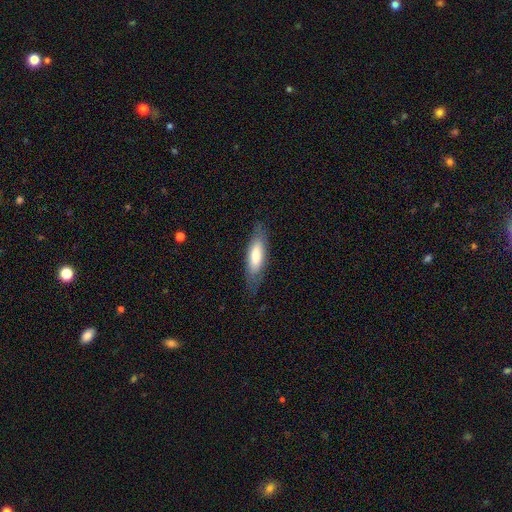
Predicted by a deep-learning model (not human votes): smooth-or-featured: smooth: 68% | featured or disk: 26% | star or artifact: 6%
  how-rounded: in between: 51% | cigar-shaped: 47% | round: 1%
  merging: none: 76% | minor disturbance: 17% | major disturbance: 5% | merger: 1%